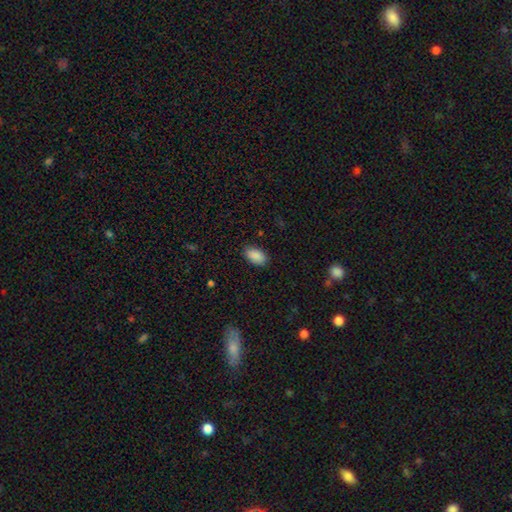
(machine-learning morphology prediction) type=smooth (89%); roundness=in between (94%); merging=none (87%).